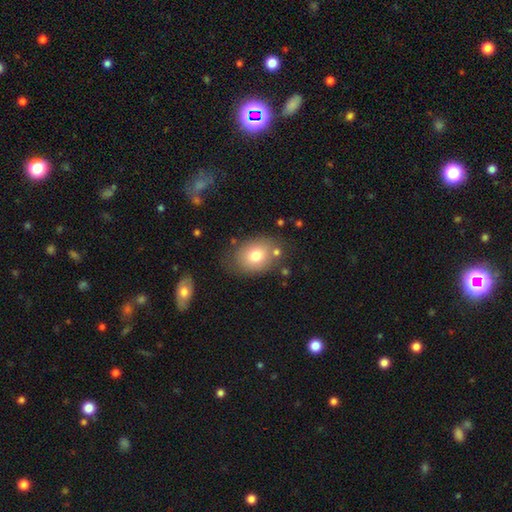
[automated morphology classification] smooth_or_featured: smooth (p=0.75) [alt: featured or disk p=0.15]
how_rounded: in between (p=0.61) [alt: round p=0.38]
merging: none (p=0.71) [alt: minor disturbance p=0.16]